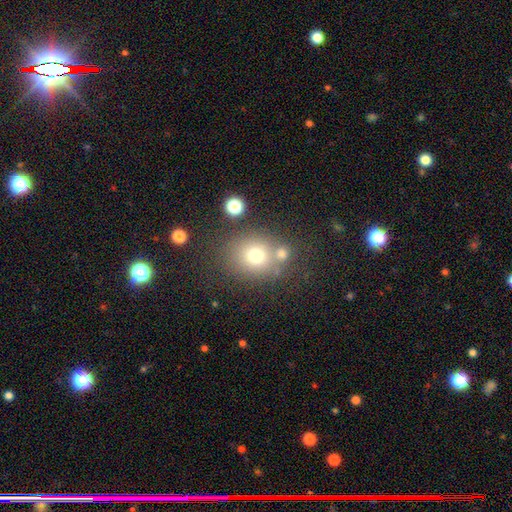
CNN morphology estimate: This is likely a smooth galaxy (71%). How rounded: likely round (76%). Merging: likely none (64%).